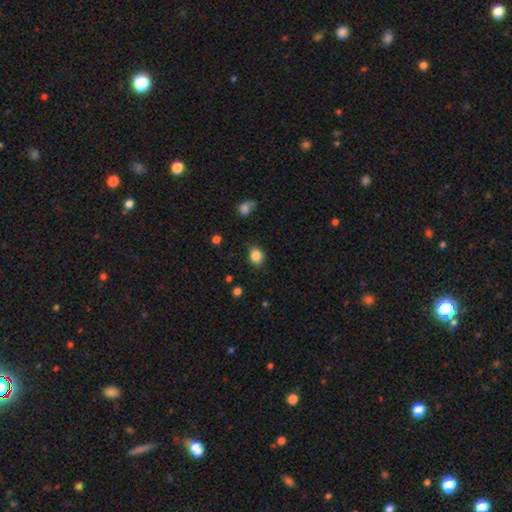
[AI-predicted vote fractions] Morphology: type=smooth (85%); roundness=round (55%); merging=none (78%).